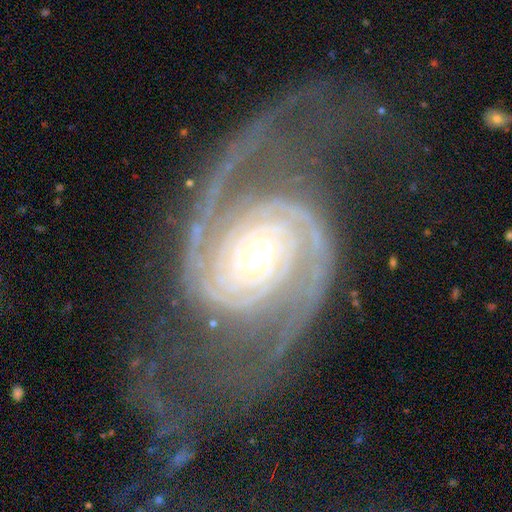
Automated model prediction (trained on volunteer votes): smooth-or-featured: featured or disk: 93% | star or artifact: 4% | smooth: 3%
  disk-edge-on: no: 97% | yes: 3%
    bar: no: 64% | weak: 22% | strong: 14%
    has-spiral-arms: yes: 99% | no: 1%
      spiral-winding: tight: 51% | medium: 36% | loose: 13%
      spiral-arm-count: 2: 78% | 3: 7% | can't tell: 5% | 4: 4% | 1: 3% | more than 4: 3%
    bulge-size: small: 60% | moderate: 34% | large: 3% | dominant: 1% | none: 1%
  merging: none: 59% | major disturbance: 24% | minor disturbance: 15% | merger: 3%